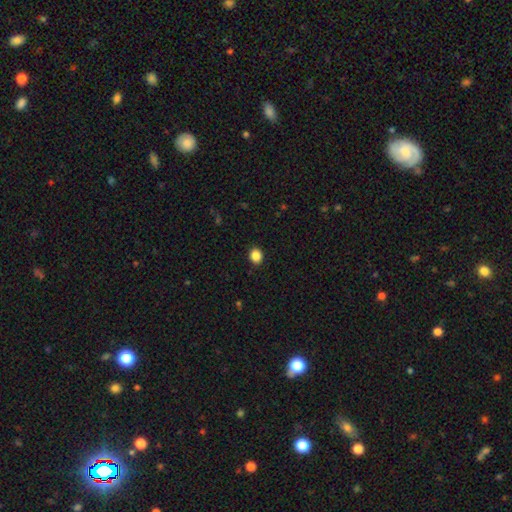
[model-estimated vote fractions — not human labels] A smooth galaxy with no disk features (87%) that is round (65%).

Vote fractions:
- Smooth or featured? smooth: 87% / star or artifact: 10% / featured or disk: 3%
- How rounded? round: 65% / in between: 34% / cigar-shaped: 1%
- Merging? none: 91% / minor disturbance: 6% / major disturbance: 2% / merger: 1%